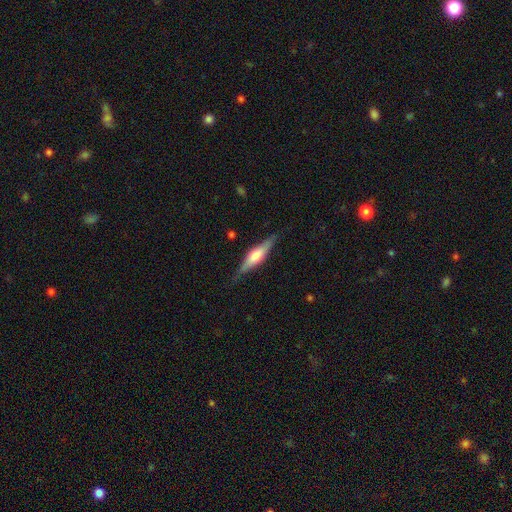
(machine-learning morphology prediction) Overall: featured or disk (58%; smooth 36%). Edge-on disk: yes (94%). Edge-on bulge: rounded (77%). Merging: none (82%).